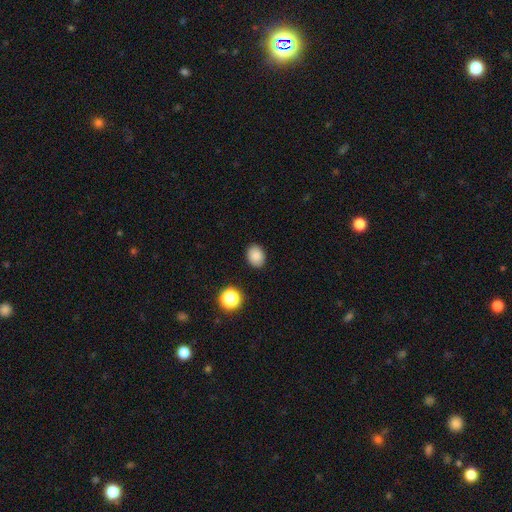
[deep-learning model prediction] Overall: smooth (85%). How rounded: in between (64%; round 35%). Merging: none (89%).